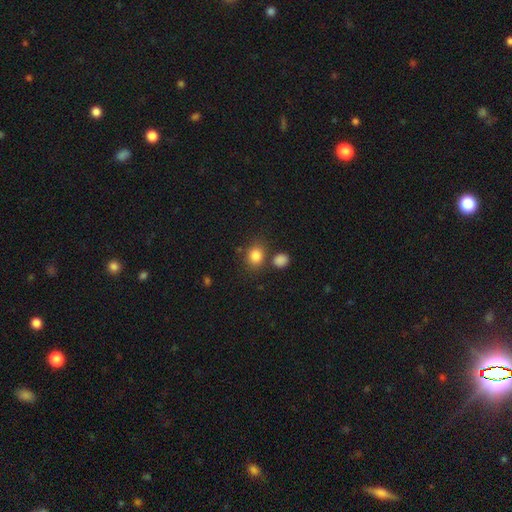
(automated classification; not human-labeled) This is clearly a smooth galaxy (84%). How rounded: possibly round (60%). Merging: likely none (71%).